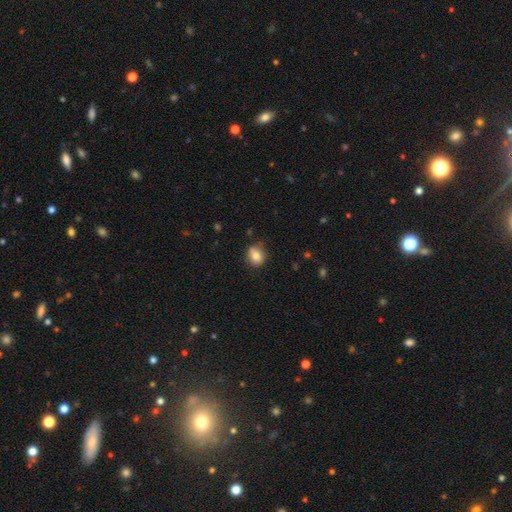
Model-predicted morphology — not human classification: The model was most divided on "how rounded": round: 56%, in between: 43%, cigar-shaped: 1%. More confident: merging — none (81%); smooth or featured — smooth (80%).